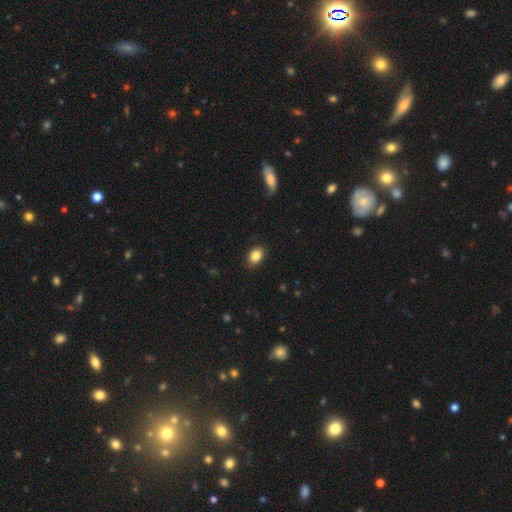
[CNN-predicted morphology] smooth-or-featured: smooth: 86% | star or artifact: 8% | featured or disk: 6%
  how-rounded: in between: 80% | round: 19% | cigar-shaped: 1%
  merging: none: 87% | minor disturbance: 10% | major disturbance: 2% | merger: 1%